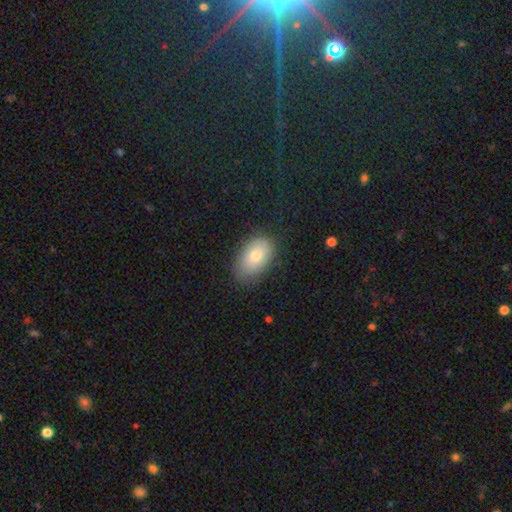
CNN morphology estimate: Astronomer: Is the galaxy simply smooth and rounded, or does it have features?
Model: smooth — 76%.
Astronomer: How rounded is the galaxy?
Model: in between — 90%.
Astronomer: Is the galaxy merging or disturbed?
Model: none — 76%.